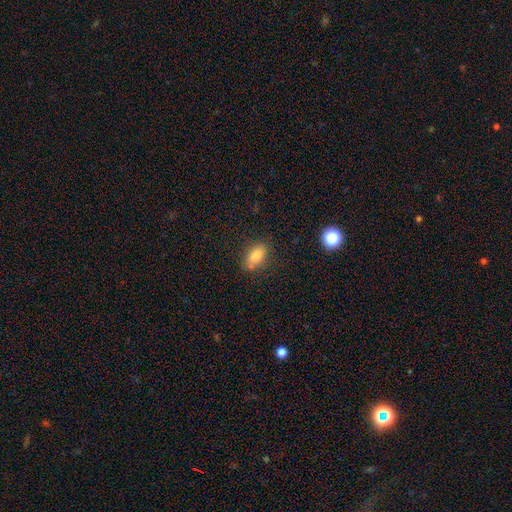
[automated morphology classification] Smooth or featured: smooth — 81% (star or artifact — 10%)
How rounded: in between — 85% (round — 9%)
Merging: none — 74% (minor disturbance — 16%)